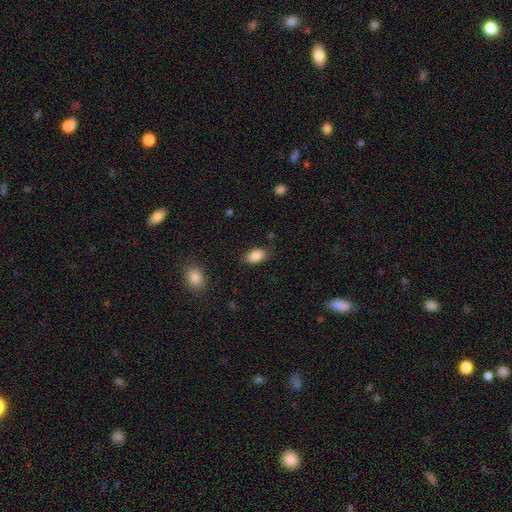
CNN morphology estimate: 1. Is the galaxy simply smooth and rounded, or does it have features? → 87% smooth, 8% star or artifact, 5% featured or disk.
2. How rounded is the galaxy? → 91% in between, 7% round, 2% cigar-shaped.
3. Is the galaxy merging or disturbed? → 81% none, 14% minor disturbance, 3% major disturbance, 1% merger.